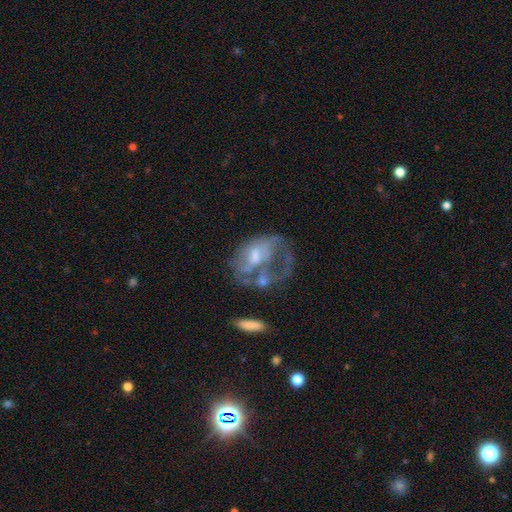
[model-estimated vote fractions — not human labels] Smooth or featured? Predicted: featured or disk (p=0.67). Edge-on disk? Predicted: no (p=0.96). Bar? Predicted: no (p=0.63). Spiral arms? Predicted: no (p=0.52). Bulge size? Predicted: moderate (p=0.45). Merging? Predicted: major disturbance (p=0.42).